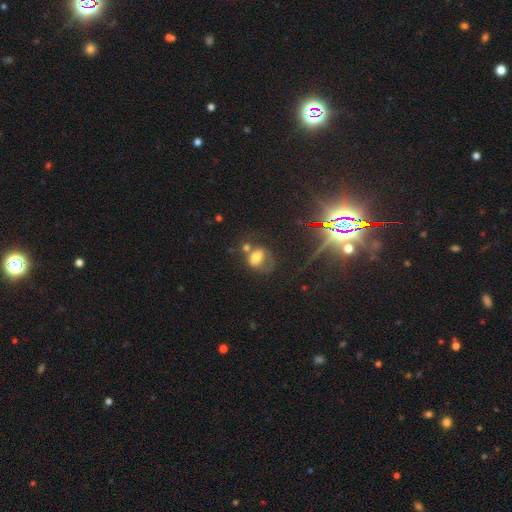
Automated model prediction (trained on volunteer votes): This appears to be a smooth galaxy with no disk features (37%). Merging: none (47%).